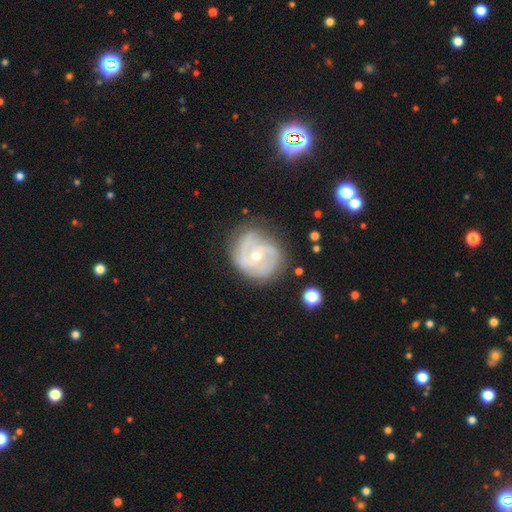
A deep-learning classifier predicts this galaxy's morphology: featured or disk 78%, smooth 16%, star or artifact 6%. Down the decision tree: edge-on disk — no (97%); bar — no (58%); spiral arms — yes (86%); spiral arm count — 2 (42%); spiral winding — tight (49%); bulge size — moderate (50%); merging — none (63%).